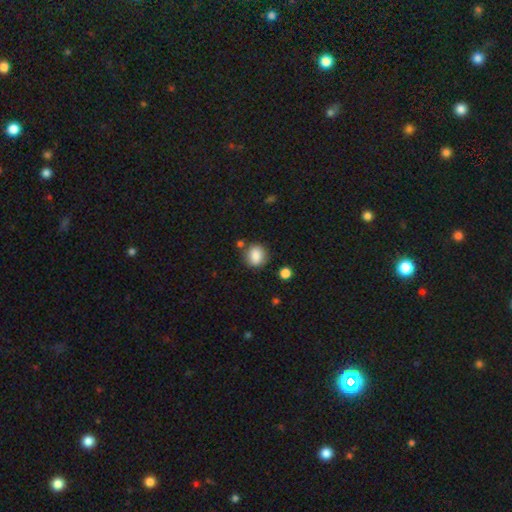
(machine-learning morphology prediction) The model was most divided on "how rounded": round: 78%, in between: 21%, cigar-shaped: 1%. More confident: smooth or featured — smooth (84%); merging — none (77%).